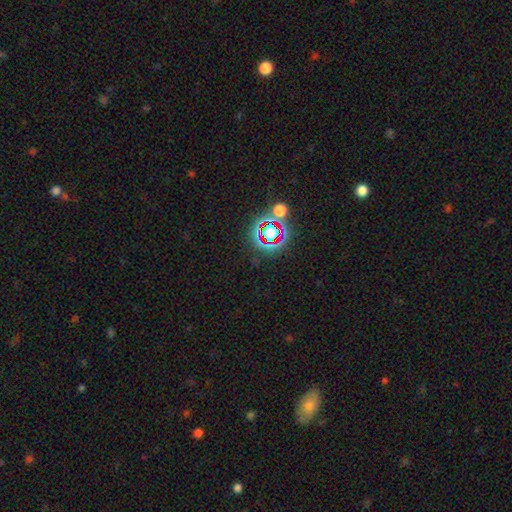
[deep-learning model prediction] A star or artifact, not a galaxy (76%).